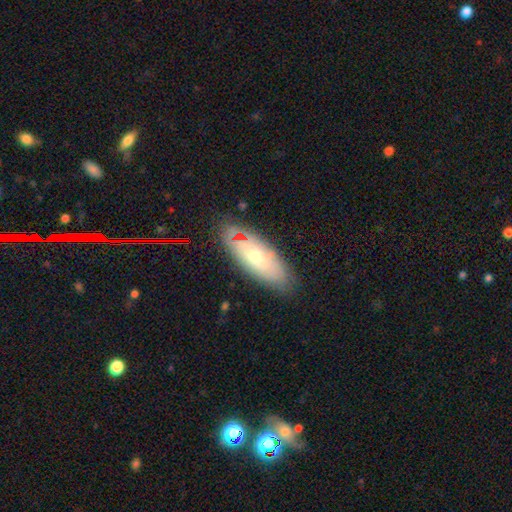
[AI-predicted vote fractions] A smooth galaxy with no disk features (48%).

Vote fractions:
- Smooth or featured? smooth: 48% / featured or disk: 43% / star or artifact: 9%
- Merging? none: 78% / minor disturbance: 15% / merger: 4% / major disturbance: 3%